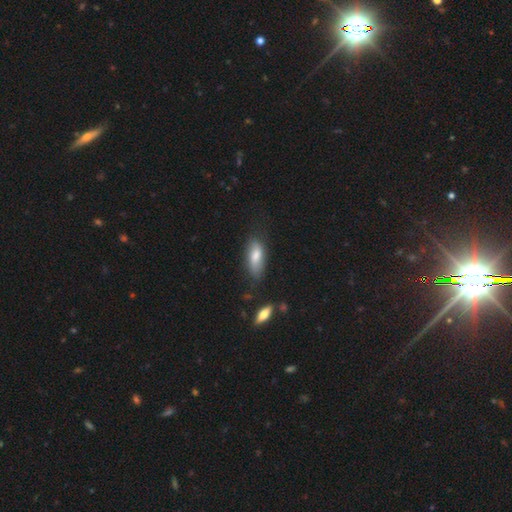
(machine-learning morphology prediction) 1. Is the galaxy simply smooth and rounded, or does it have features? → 73% smooth, 20% featured or disk, 7% star or artifact.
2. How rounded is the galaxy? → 76% in between, 21% cigar-shaped, 3% round.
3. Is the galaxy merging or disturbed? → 67% none, 24% minor disturbance, 6% major disturbance, 3% merger.